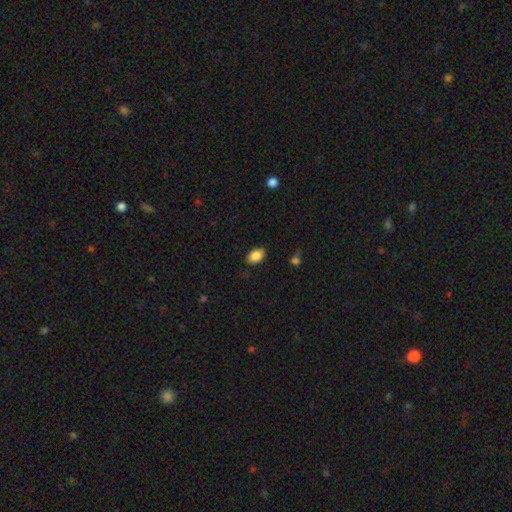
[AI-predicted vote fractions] smooth-or-featured: smooth: 86% | star or artifact: 8% | featured or disk: 6%
  how-rounded: in between: 88% | round: 11% | cigar-shaped: 1%
  merging: none: 84% | minor disturbance: 12% | major disturbance: 3% | merger: 1%